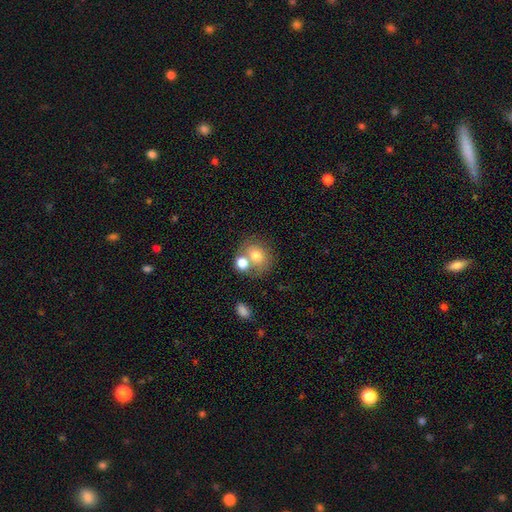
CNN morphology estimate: Overall: smooth (74%). How rounded: round (71%). Merging: none (44%; merger 42%).